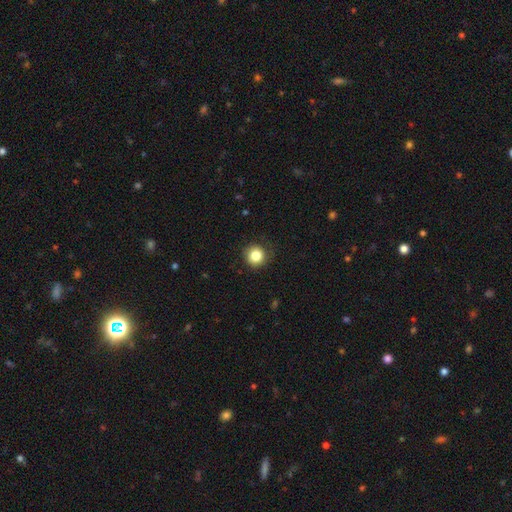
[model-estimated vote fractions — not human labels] Overall: smooth (83%). How rounded: round (94%). Merging: none (84%).